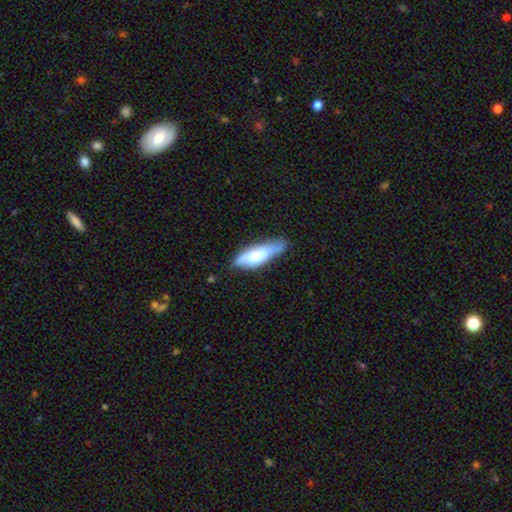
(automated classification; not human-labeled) Smooth or featured?
  - smooth: 60% *
  - featured or disk: 34%
  - star or artifact: 6%
How rounded?
  - cigar-shaped: 50% *
  - in between: 49%
  - round: 2%
Merging?
  - none: 54% *
  - minor disturbance: 34%
  - major disturbance: 9%
  - merger: 3%